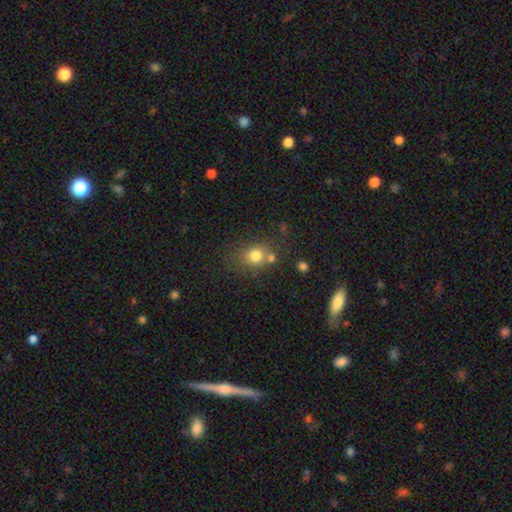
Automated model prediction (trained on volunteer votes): Smooth or featured? smooth (77%)
How rounded? round (66%)
Merging? none (60%)